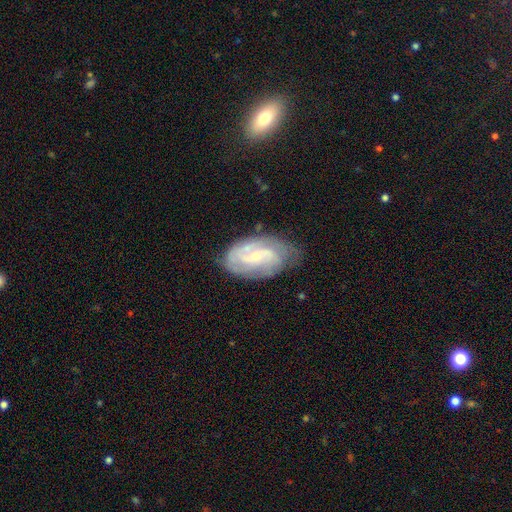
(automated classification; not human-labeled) This is clearly a featured or disk galaxy (80%). It is clearly not viewed edge-on (96%). Bar: possibly weak (46%). Spiral arm pattern: clearly yes (93%). Spiral arm count: possibly 2 (46%). Spiral winding: possibly tight (51%). Central bulge: likely small (67%). Merging: likely none (69%).